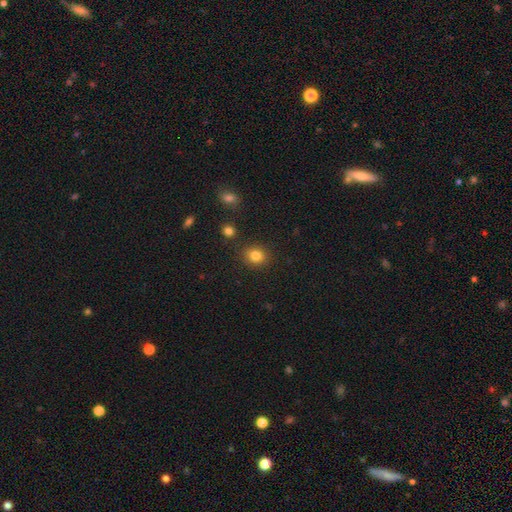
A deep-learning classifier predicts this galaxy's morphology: smooth-or-featured: smooth: 81% | star or artifact: 12% | featured or disk: 6%
  how-rounded: round: 74% | in between: 25% | cigar-shaped: 1%
  merging: none: 87% | minor disturbance: 8% | merger: 3% | major disturbance: 2%